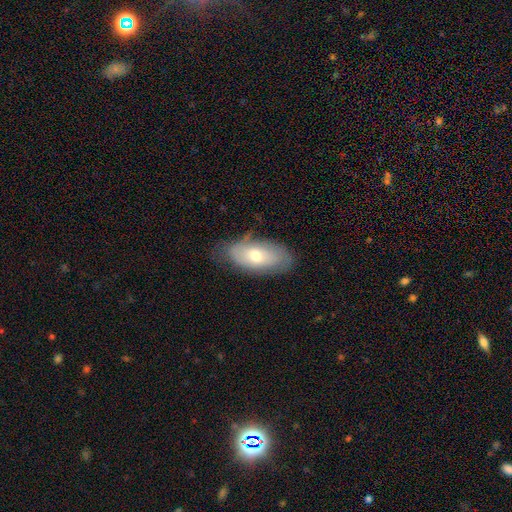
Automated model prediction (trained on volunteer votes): A smooth galaxy with no disk features (55%) that is in between round and cigar-shaped (88%). Merging: none (73%).